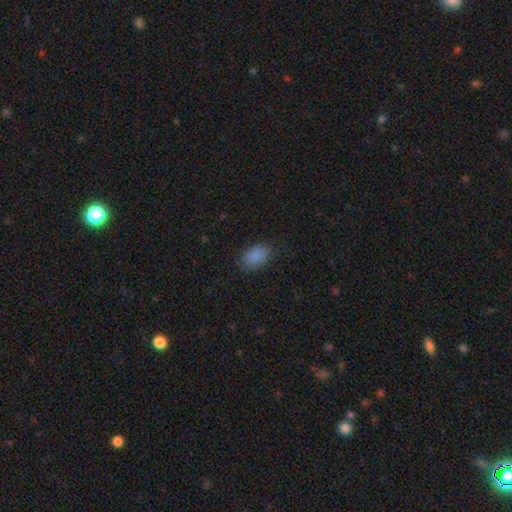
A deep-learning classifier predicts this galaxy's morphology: A smooth galaxy with no disk features (86%) that is in between round and cigar-shaped (89%). Merging: none (81%).